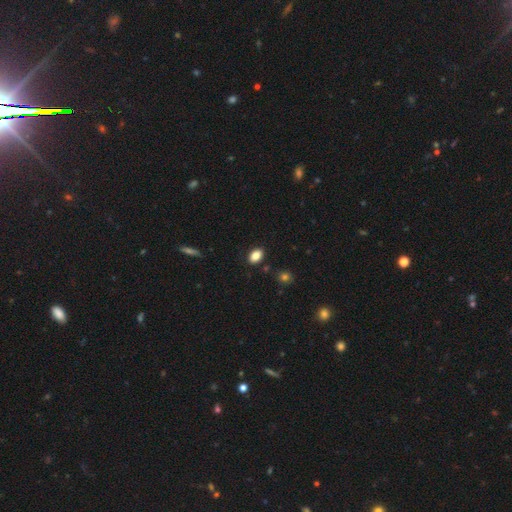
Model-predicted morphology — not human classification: A smooth galaxy with no disk features (86%) that is in between round and cigar-shaped (86%).

Vote fractions:
- Smooth or featured? smooth: 86% / star or artifact: 9% / featured or disk: 5%
- How rounded? in between: 86% / round: 12% / cigar-shaped: 2%
- Merging? none: 87% / minor disturbance: 9% / merger: 2% / major disturbance: 2%